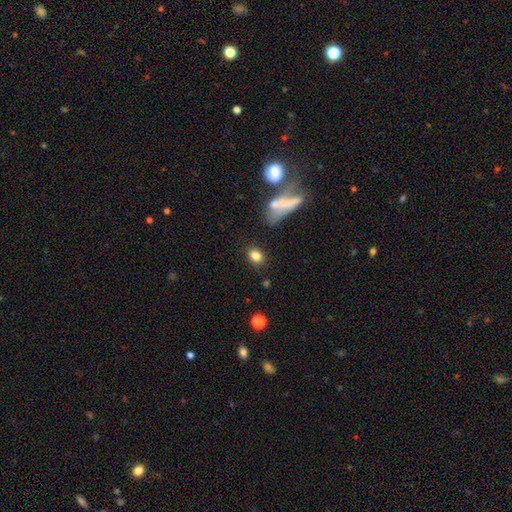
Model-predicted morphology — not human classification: Q: Smooth or featured?
A: smooth (83%); runner-up: star or artifact (10%)
Q: How rounded?
A: in between (61%); runner-up: round (36%)
Q: Merging?
A: none (80%); runner-up: minor disturbance (12%)